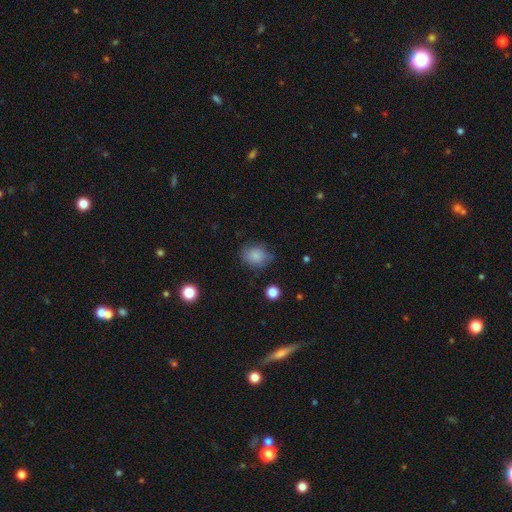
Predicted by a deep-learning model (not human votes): Q: Smooth or featured?
A: smooth (84%); runner-up: star or artifact (10%)
Q: How rounded?
A: round (60%); runner-up: in between (39%)
Q: Merging?
A: none (73%); runner-up: minor disturbance (19%)